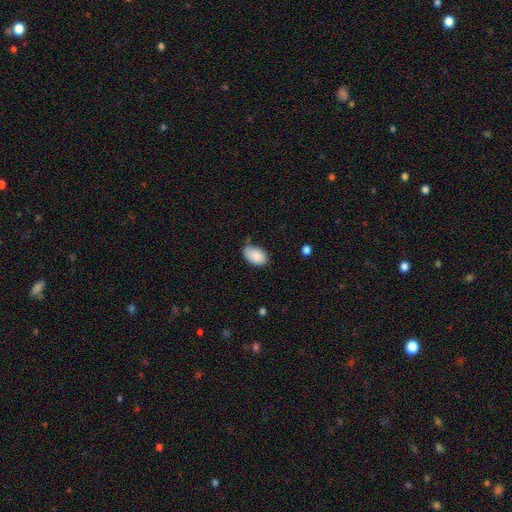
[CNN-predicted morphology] smooth_or_featured: smooth (p=0.88) [alt: star or artifact p=0.07]
how_rounded: in between (p=0.90) [alt: round p=0.09]
merging: none (p=0.59) [alt: minor disturbance p=0.32]